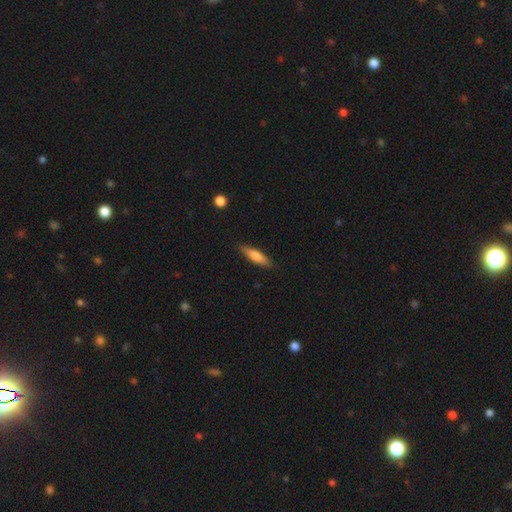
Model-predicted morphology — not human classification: Smooth or featured: smooth — 68% (featured or disk — 26%)
How rounded: cigar-shaped — 70% (in between — 28%)
Merging: none — 86% (minor disturbance — 11%)